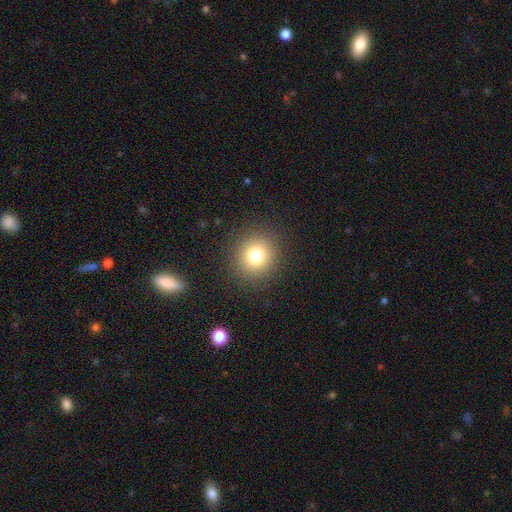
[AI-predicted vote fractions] This is likely a smooth galaxy (77%). How rounded: clearly round (89%). Merging: clearly none (90%).